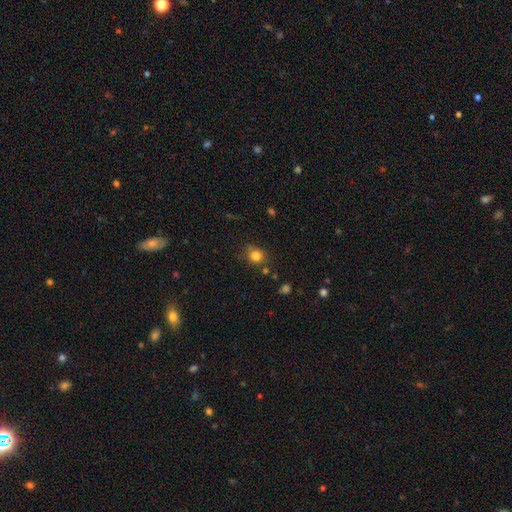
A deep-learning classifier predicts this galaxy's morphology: A smooth galaxy with no disk features (81%) that is round (78%). Merging: none (76%).